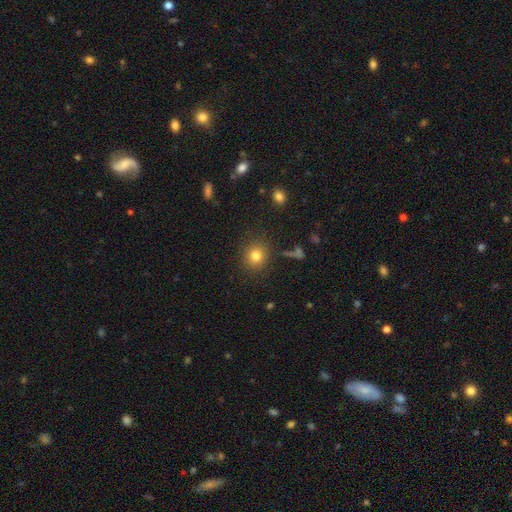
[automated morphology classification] Smooth or featured?
  - smooth: 80% *
  - star or artifact: 12%
  - featured or disk: 8%
How rounded?
  - round: 84% *
  - in between: 15%
  - cigar-shaped: 1%
Merging?
  - none: 87% *
  - minor disturbance: 8%
  - major disturbance: 3%
  - merger: 2%